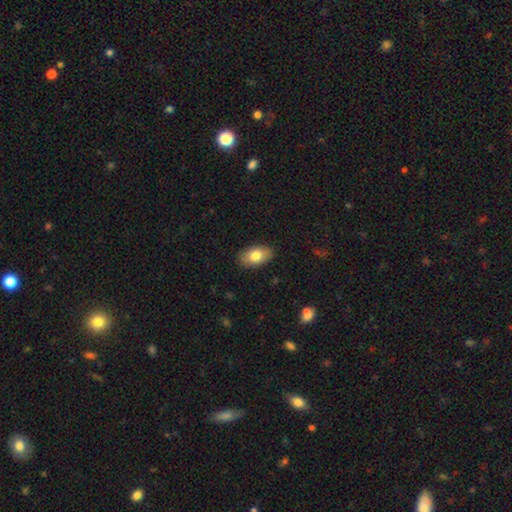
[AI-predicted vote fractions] Q: Smooth or featured?
A: smooth (79%); runner-up: featured or disk (15%)
Q: How rounded?
A: in between (92%); runner-up: round (6%)
Q: Merging?
A: none (88%); runner-up: minor disturbance (9%)